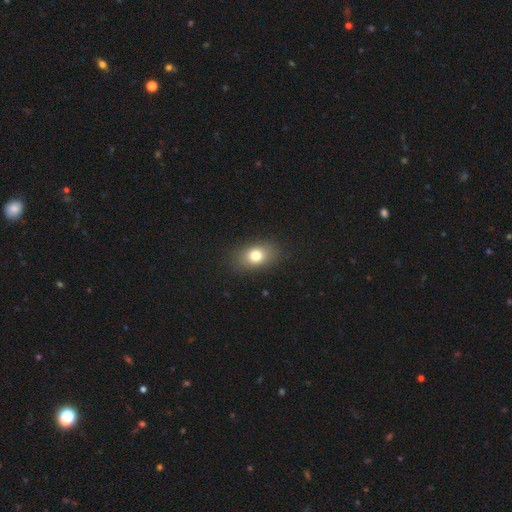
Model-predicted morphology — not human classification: smooth_or_featured: smooth (p=0.77) [alt: featured or disk p=0.12]
how_rounded: in between (p=0.76) [alt: round p=0.22]
merging: none (p=0.86) [alt: minor disturbance p=0.10]